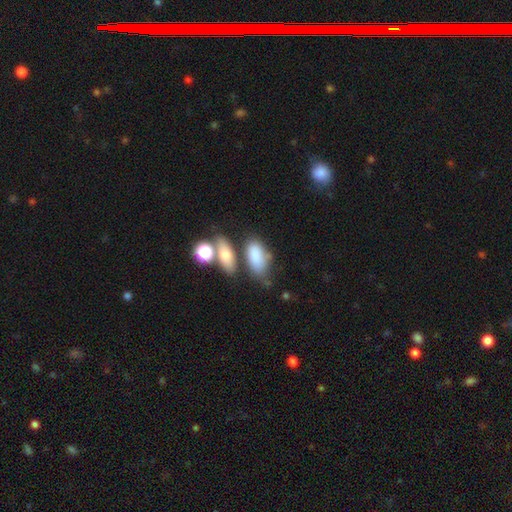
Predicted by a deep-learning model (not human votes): smooth-or-featured: smooth: 82% | featured or disk: 10% | star or artifact: 8%
  how-rounded: in between: 88% | cigar-shaped: 6% | round: 5%
  merging: none: 51% | merger: 23% | minor disturbance: 19% | major disturbance: 7%